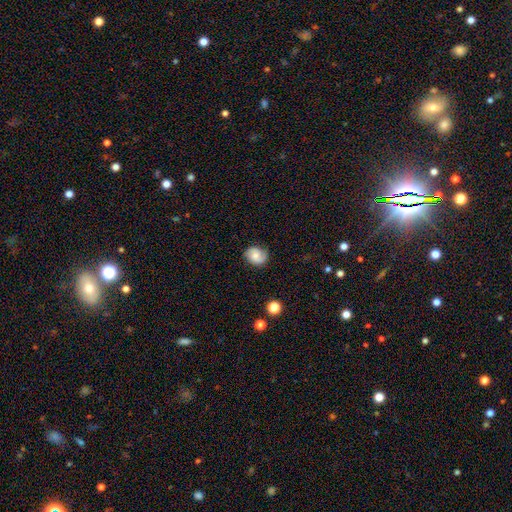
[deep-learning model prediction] Smooth or featured: smooth — 50% (featured or disk — 40%)
How rounded: round — 62% (in between — 37%)
Merging: none — 78% (minor disturbance — 17%)